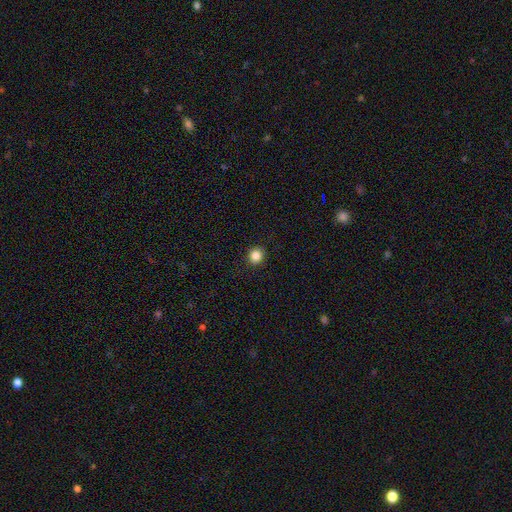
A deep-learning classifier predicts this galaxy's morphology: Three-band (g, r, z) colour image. It shows a smooth galaxy with no disk features (85%) that is round (90%). Merging: none (92%).